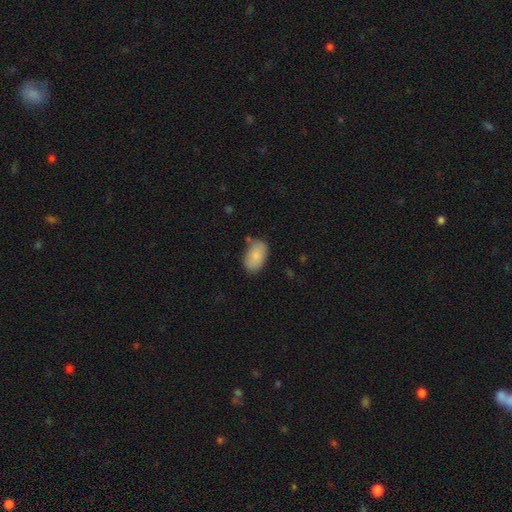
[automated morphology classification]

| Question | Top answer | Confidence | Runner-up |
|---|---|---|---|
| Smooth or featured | smooth | 85% | featured or disk (8%) |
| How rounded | in between | 92% | round (6%) |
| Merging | none | 75% | minor disturbance (18%) |